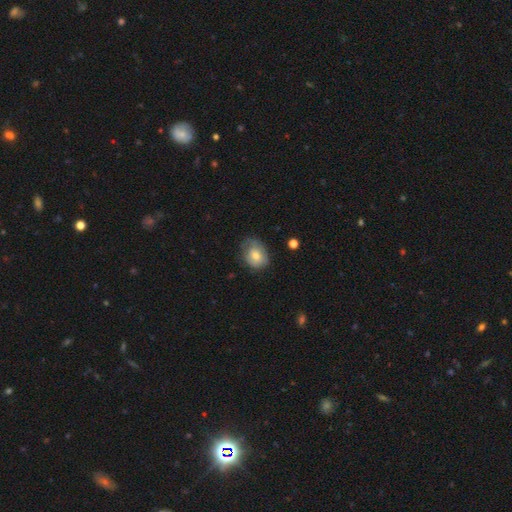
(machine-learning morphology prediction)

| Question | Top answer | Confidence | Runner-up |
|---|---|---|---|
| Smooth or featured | smooth | 64% | featured or disk (28%) |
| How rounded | in between | 57% | round (42%) |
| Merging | none | 55% | minor disturbance (31%) |